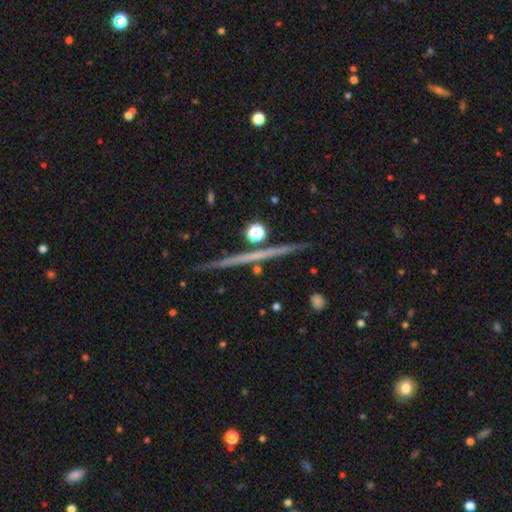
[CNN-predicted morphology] featured or disk 64%, smooth 26%, star or artifact 11%. Down the decision tree: edge-on disk — yes (97%); edge-on bulge — none (87%); merging — none (90%).